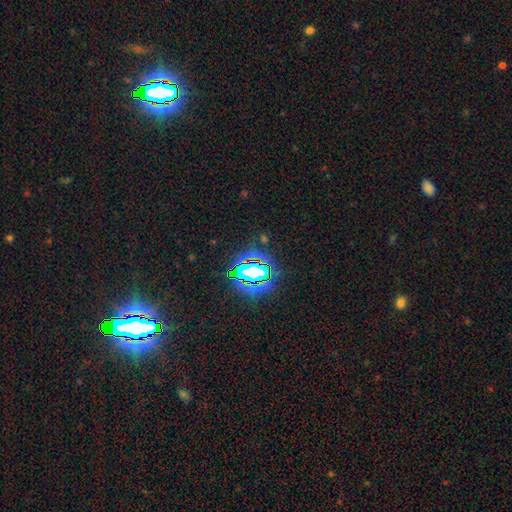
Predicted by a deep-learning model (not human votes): Smooth or featured? star or artifact (81%)